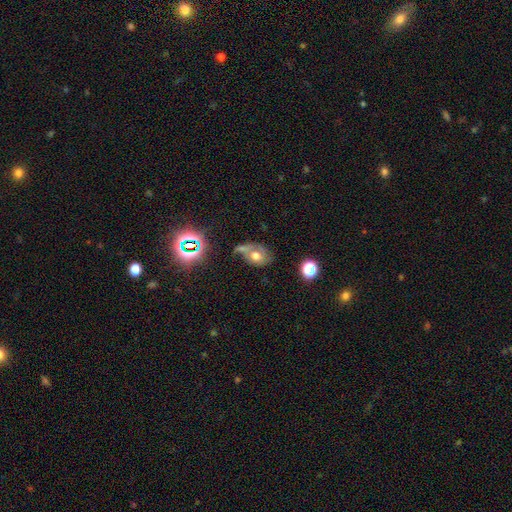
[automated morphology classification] This is possibly a smooth galaxy (51%). How rounded: likely in between (62%). Merging: marginally none (35%).